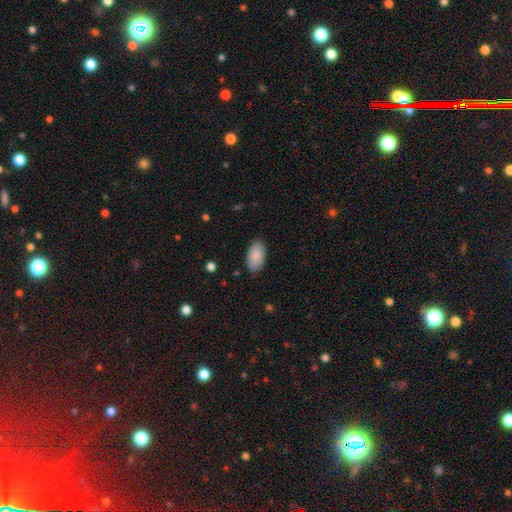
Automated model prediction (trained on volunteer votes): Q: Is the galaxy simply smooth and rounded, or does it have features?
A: smooth — 88%.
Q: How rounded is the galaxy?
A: in between — 96%.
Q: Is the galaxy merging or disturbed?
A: none — 86%.